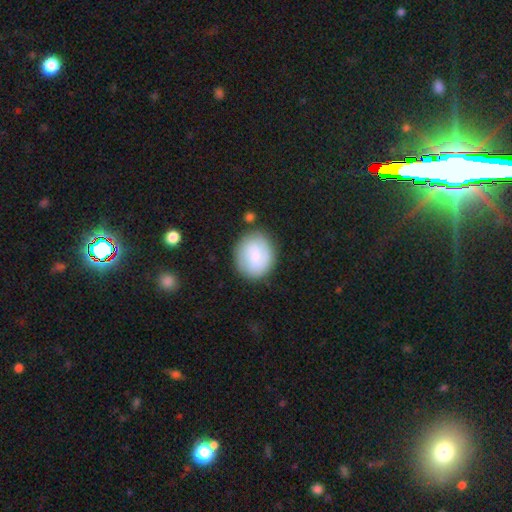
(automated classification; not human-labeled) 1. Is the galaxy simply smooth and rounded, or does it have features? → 70% smooth, 23% featured or disk, 7% star or artifact.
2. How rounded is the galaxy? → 74% round, 25% in between, 1% cigar-shaped.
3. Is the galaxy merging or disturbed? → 79% none, 14% minor disturbance, 4% major disturbance, 3% merger.